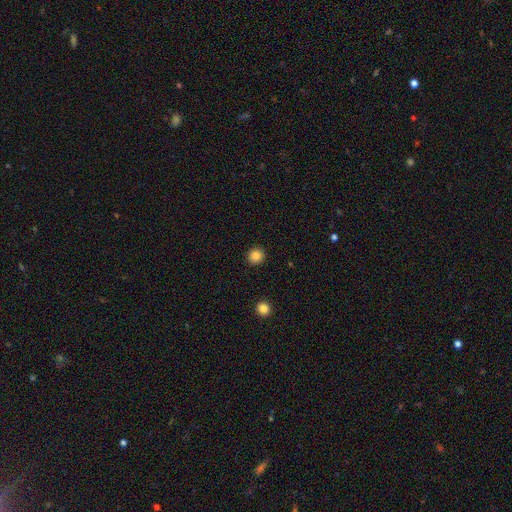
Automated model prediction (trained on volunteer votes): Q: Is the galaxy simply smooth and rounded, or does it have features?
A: smooth — 84%.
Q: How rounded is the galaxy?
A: round — 93%.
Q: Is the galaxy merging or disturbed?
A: none — 92%.